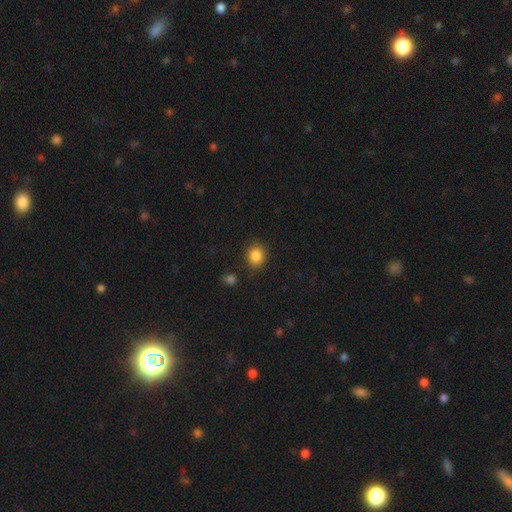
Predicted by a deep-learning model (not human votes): This is clearly a smooth galaxy (86%). How rounded: likely round (74%). Merging: clearly none (86%).